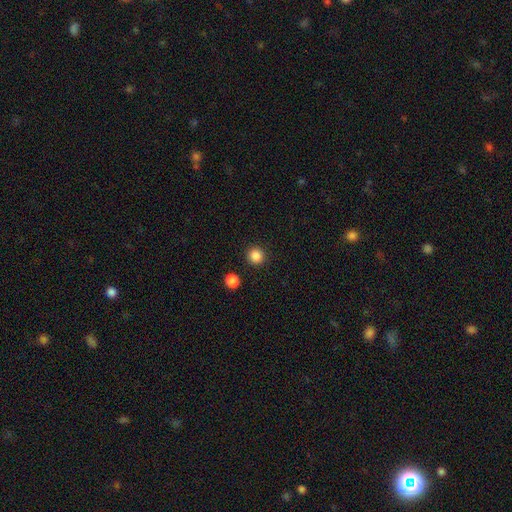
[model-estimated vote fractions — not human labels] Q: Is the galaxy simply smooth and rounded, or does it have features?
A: smooth — 86%.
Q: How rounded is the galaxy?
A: round — 94%.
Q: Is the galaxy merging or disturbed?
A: none — 91%.